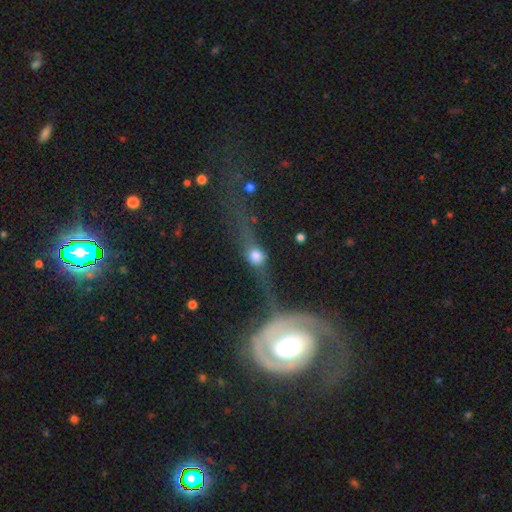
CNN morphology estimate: Smooth or featured?
  - featured or disk: 45% *
  - smooth: 40%
  - star or artifact: 16%
Merging?
  - none: 44% *
  - merger: 20%
  - major disturbance: 19%
  - minor disturbance: 16%